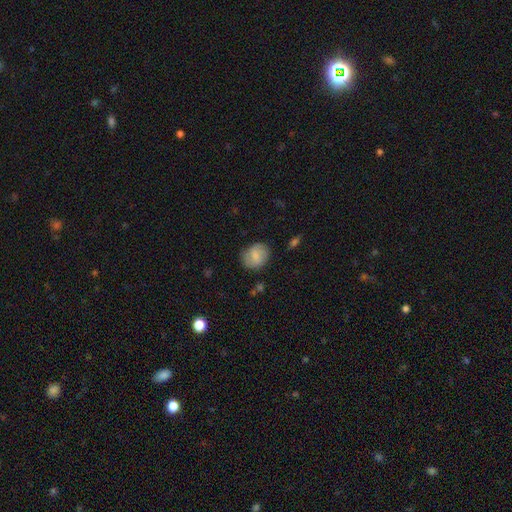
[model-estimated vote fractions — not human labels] smooth 74%, featured or disk 19%, star or artifact 7%. Down the decision tree: how rounded — round (52%); merging — none (77%).